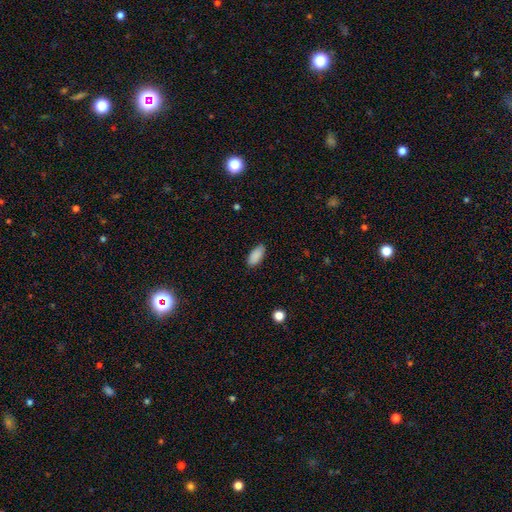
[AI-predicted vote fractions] smooth-or-featured: smooth: 90% | star or artifact: 7% | featured or disk: 3%
  how-rounded: in between: 91% | cigar-shaped: 7% | round: 2%
  merging: none: 86% | minor disturbance: 11% | major disturbance: 2% | merger: 1%